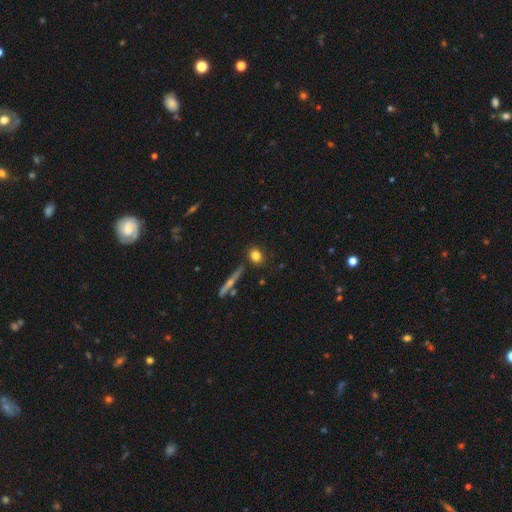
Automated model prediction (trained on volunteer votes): Smooth or featured: smooth — 80% (featured or disk — 10%)
How rounded: round — 65% (in between — 29%)
Merging: none — 82% (minor disturbance — 10%)